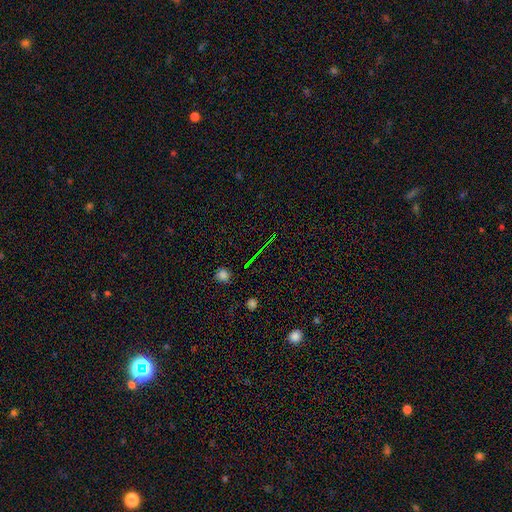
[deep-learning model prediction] A star or artifact, not a galaxy (67%).